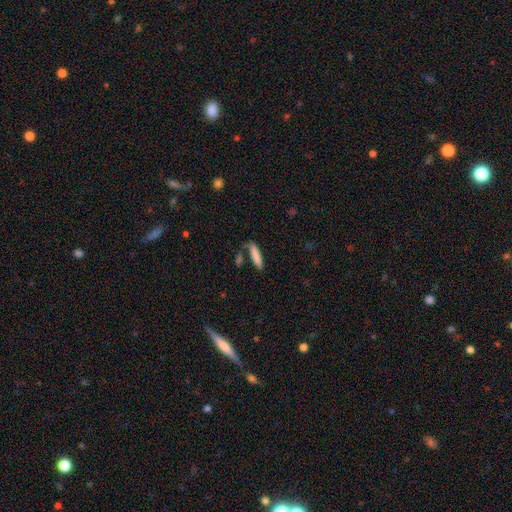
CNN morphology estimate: The model was most divided on "merging": none: 67%, minor disturbance: 16%, merger: 12%, major disturbance: 6%. More confident: how rounded — cigar-shaped (83%); smooth or featured — smooth (81%).